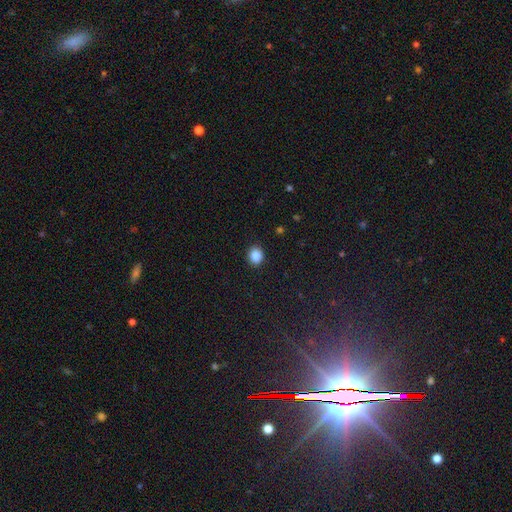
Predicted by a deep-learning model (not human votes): Smooth or featured? Predicted: smooth (p=0.87). How rounded? Predicted: round (p=0.69). Merging? Predicted: none (p=0.90).